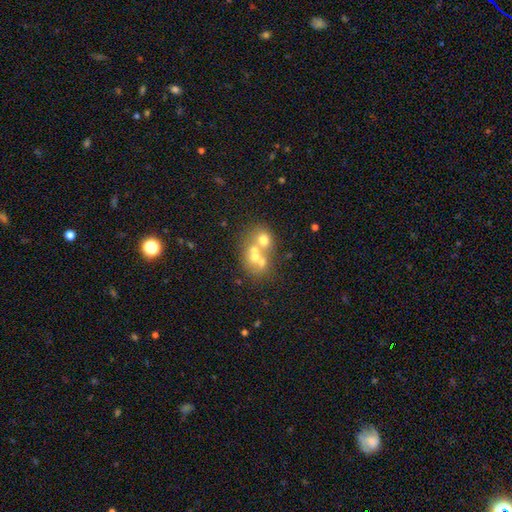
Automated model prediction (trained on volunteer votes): smooth 46%, featured or disk 36%, star or artifact 17%. Down the decision tree: merging — merger (60%).